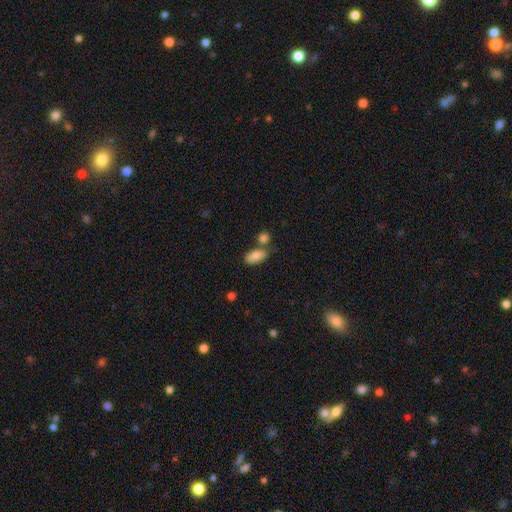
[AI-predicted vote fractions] A smooth galaxy with no disk features (84%) that is in between round and cigar-shaped (90%). Merging: none (58%).